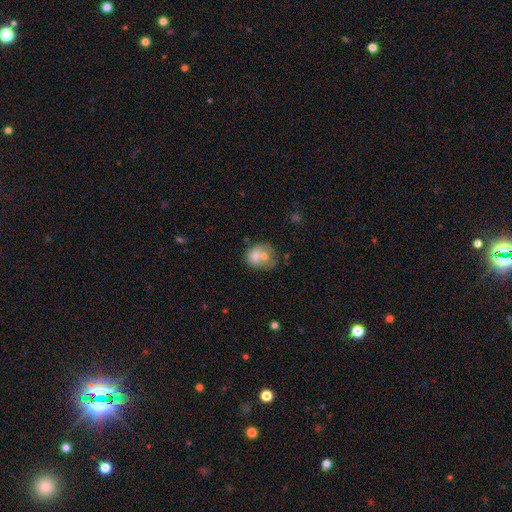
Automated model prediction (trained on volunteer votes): A smooth galaxy with no disk features (62%) that is round (63%).

Vote fractions:
- Smooth or featured? smooth: 62% / featured or disk: 29% / star or artifact: 8%
- How rounded? round: 63% / in between: 36% / cigar-shaped: 1%
- Merging? merger: 52% / none: 27% / minor disturbance: 13% / major disturbance: 8%